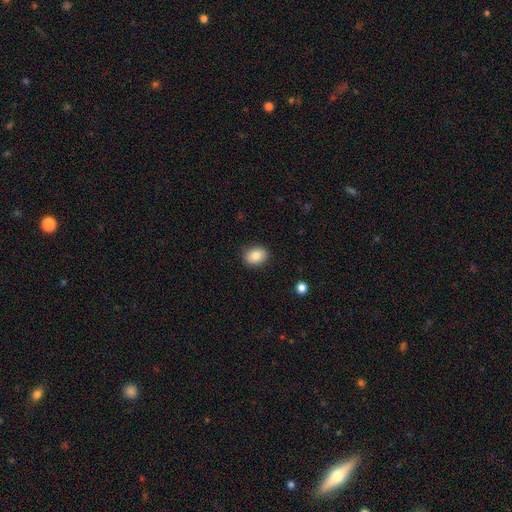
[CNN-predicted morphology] Smooth or featured? Predicted: smooth (p=0.84). How rounded? Predicted: in between (p=0.59). Merging? Predicted: none (p=0.87).